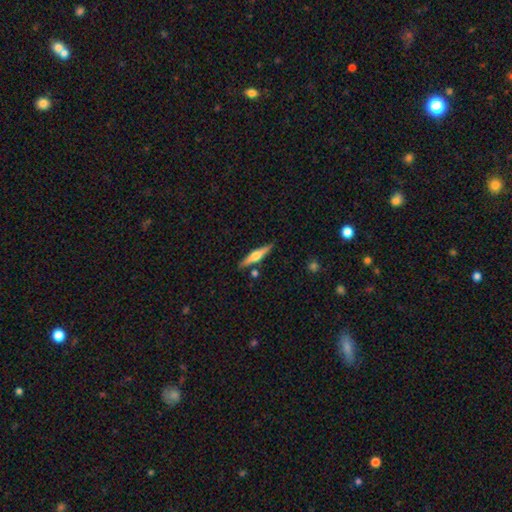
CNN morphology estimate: Smooth or featured: featured or disk — 63% (smooth — 31%)
Edge-on disk: yes — 97% (no — 3%)
Edge-on bulge: rounded — 91% (boxy — 5%)
Merging: none — 84% (minor disturbance — 9%)